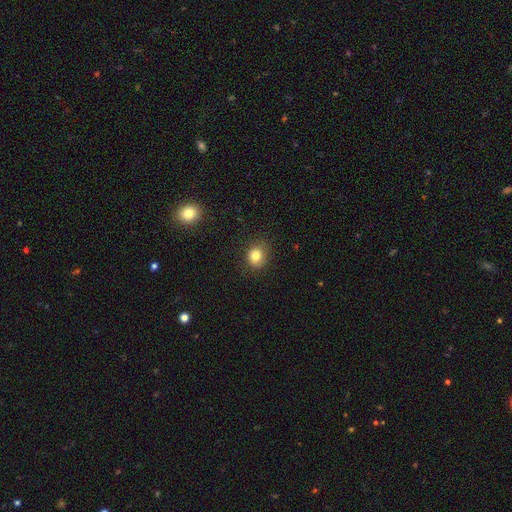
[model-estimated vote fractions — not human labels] Overall: smooth (81%). How rounded: round (75%). Merging: none (82%).